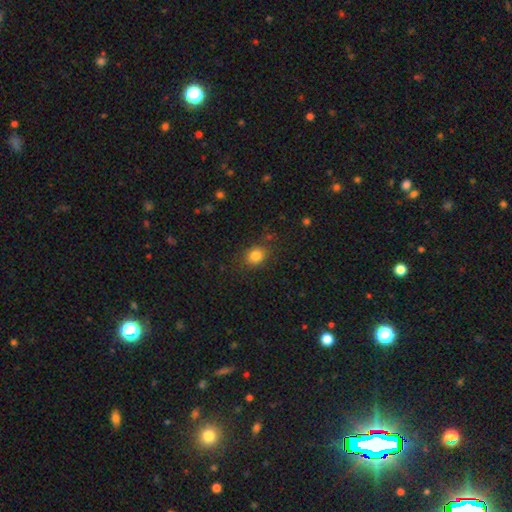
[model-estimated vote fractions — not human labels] This appears to be a smooth galaxy with no disk features (82%) that is round (59%). Merging: none (83%).